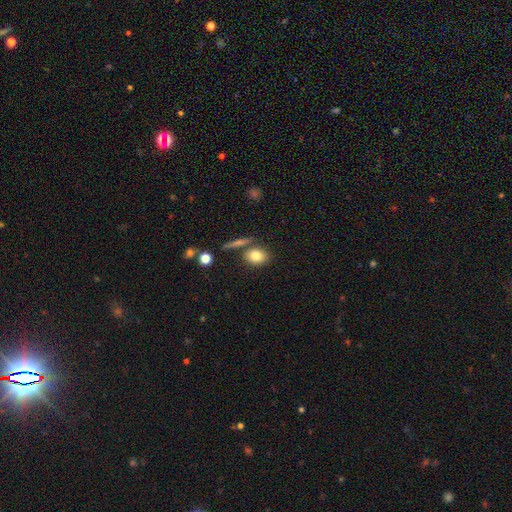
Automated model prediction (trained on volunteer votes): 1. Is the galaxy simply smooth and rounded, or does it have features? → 79% smooth, 12% featured or disk, 9% star or artifact.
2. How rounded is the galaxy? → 56% in between, 41% round, 3% cigar-shaped.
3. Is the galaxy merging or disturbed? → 70% none, 15% merger, 12% minor disturbance, 4% major disturbance.